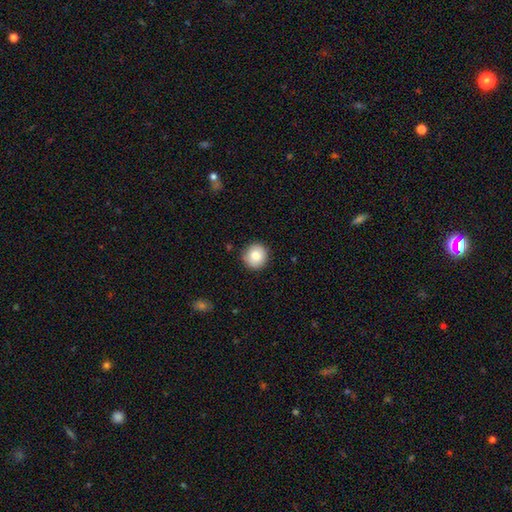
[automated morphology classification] Overall: smooth (84%). How rounded: round (93%). Merging: none (88%).